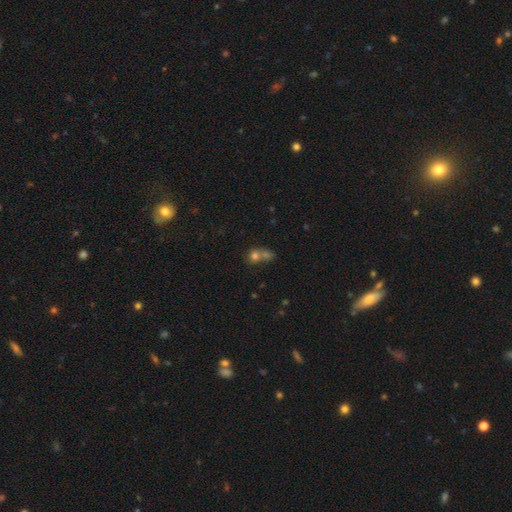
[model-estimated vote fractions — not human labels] This appears to be a smooth galaxy with no disk features (65%) that is round (72%). Merging: merger (55%).